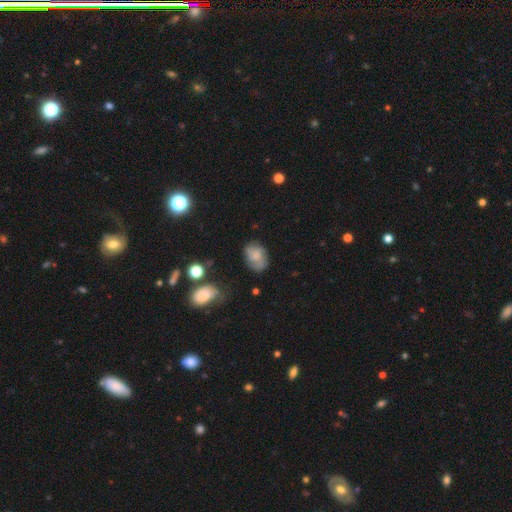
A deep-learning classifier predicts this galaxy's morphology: Overall: smooth (58%; featured or disk 32%). How rounded: in between (69%; round 30%). Merging: none (59%; minor disturbance 27%).